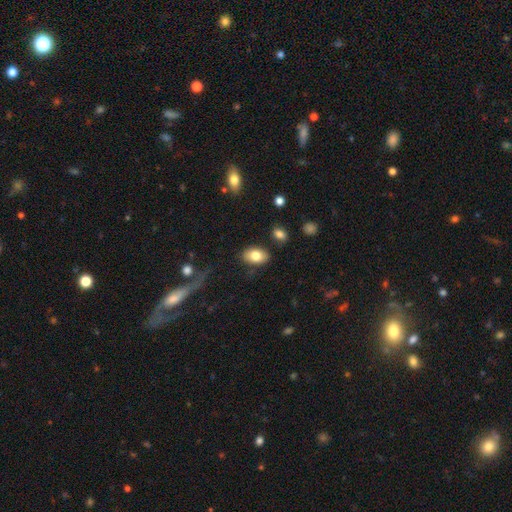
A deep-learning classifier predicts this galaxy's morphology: Smooth or featured? Predicted: smooth (p=0.81). How rounded? Predicted: in between (p=0.90). Merging? Predicted: none (p=0.84).